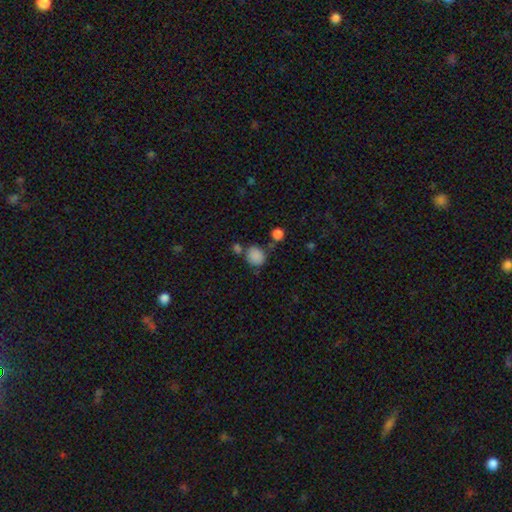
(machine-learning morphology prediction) Q: Smooth or featured?
A: smooth (85%); runner-up: star or artifact (11%)
Q: How rounded?
A: round (76%); runner-up: in between (23%)
Q: Merging?
A: none (66%); runner-up: minor disturbance (15%)